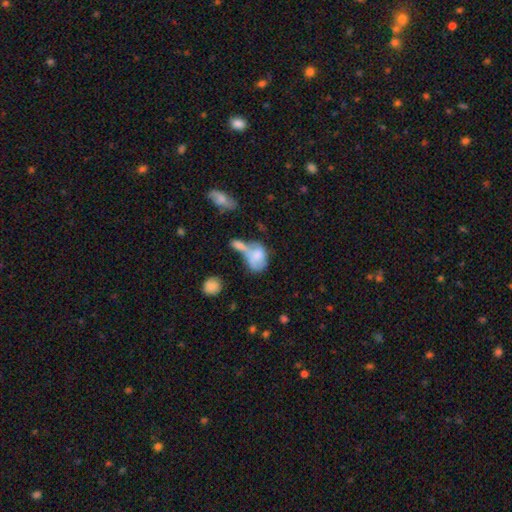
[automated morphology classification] The model was most divided on "smooth or featured": smooth: 64%, featured or disk: 27%, star or artifact: 8%. More confident: how rounded — in between (78%); merging — merger (54%).